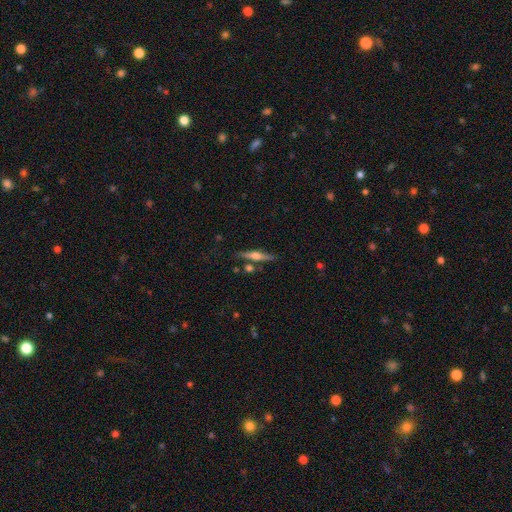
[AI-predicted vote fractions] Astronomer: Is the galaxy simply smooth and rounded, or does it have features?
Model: featured or disk — 60%.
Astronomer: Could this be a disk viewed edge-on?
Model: yes — 96%.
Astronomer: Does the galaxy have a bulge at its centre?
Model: rounded — 87%.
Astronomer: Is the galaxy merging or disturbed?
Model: none — 80%.